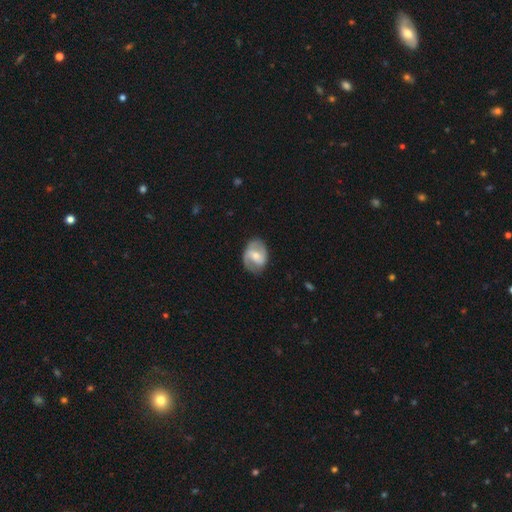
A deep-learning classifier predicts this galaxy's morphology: Q: Smooth or featured?
A: featured or disk (67%); runner-up: smooth (28%)
Q: Edge-on disk?
A: no (97%); runner-up: yes (3%)
Q: Bar?
A: weak (46%); runner-up: strong (29%)
Q: Spiral arms?
A: yes (84%); runner-up: no (16%)
Q: Spiral winding?
A: medium (46%); runner-up: loose (28%)
Q: Spiral arm count?
A: 2 (77%); runner-up: can't tell (10%)
Q: Bulge size?
A: moderate (49%); runner-up: small (45%)
Q: Merging?
A: none (70%); runner-up: minor disturbance (20%)